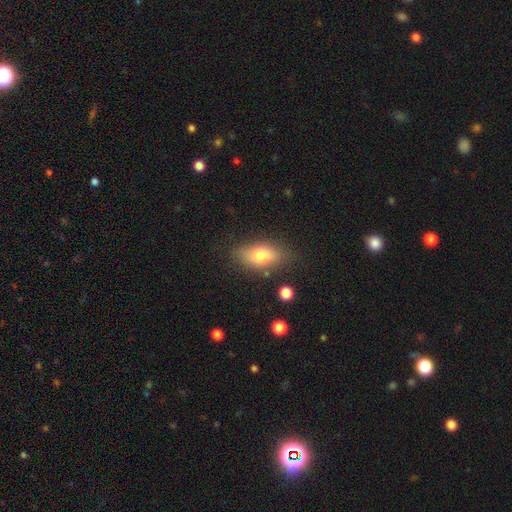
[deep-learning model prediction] Smooth or featured: smooth — 72% (featured or disk — 19%)
How rounded: in between — 85% (cigar-shaped — 9%)
Merging: none — 81% (minor disturbance — 13%)